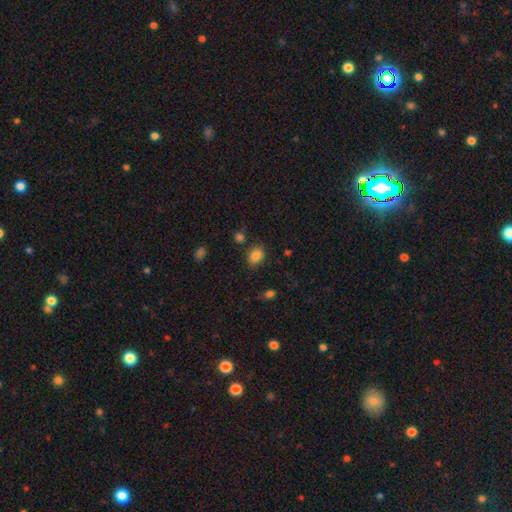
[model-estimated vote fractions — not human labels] Smooth or featured: smooth — 84% (star or artifact — 10%)
How rounded: in between — 59% (round — 40%)
Merging: none — 78% (minor disturbance — 14%)